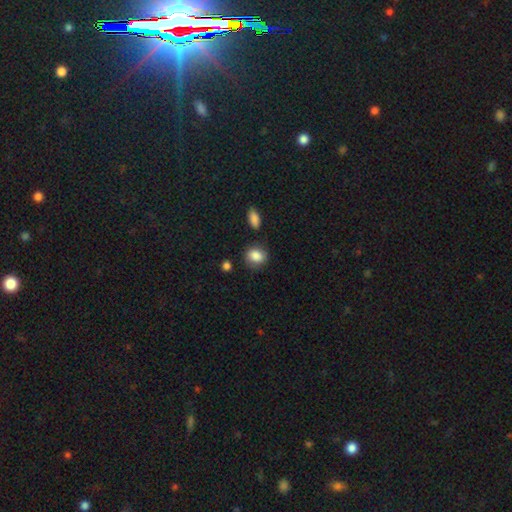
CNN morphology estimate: This is clearly a smooth galaxy (85%). How rounded: possibly round (56%). Merging: likely none (75%).